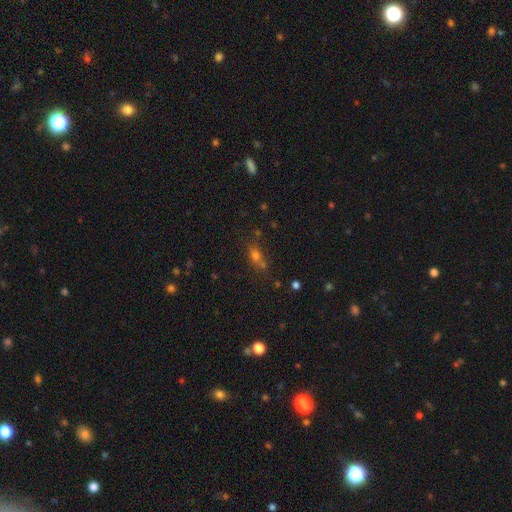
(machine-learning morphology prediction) A smooth galaxy with no disk features (61%) that is in between round and cigar-shaped (55%).

Vote fractions:
- Smooth or featured? smooth: 61% / star or artifact: 27% / featured or disk: 12%
- How rounded? in between: 55% / round: 36% / cigar-shaped: 10%
- Merging? none: 57% / merger: 22% / minor disturbance: 15% / major disturbance: 7%